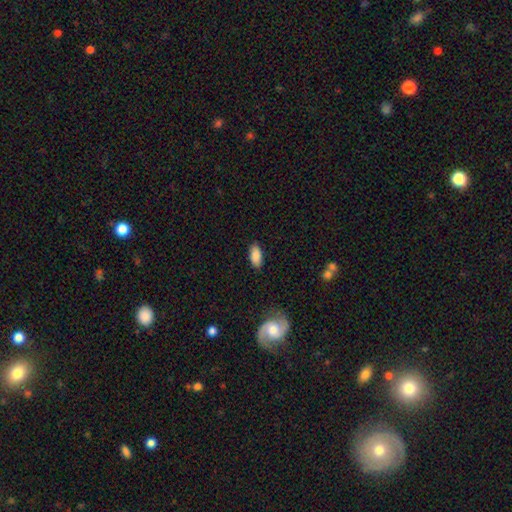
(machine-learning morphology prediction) smooth_or_featured: smooth (p=0.86) [alt: star or artifact p=0.07]
how_rounded: in between (p=0.90) [alt: cigar-shaped p=0.07]
merging: none (p=0.86) [alt: minor disturbance p=0.11]